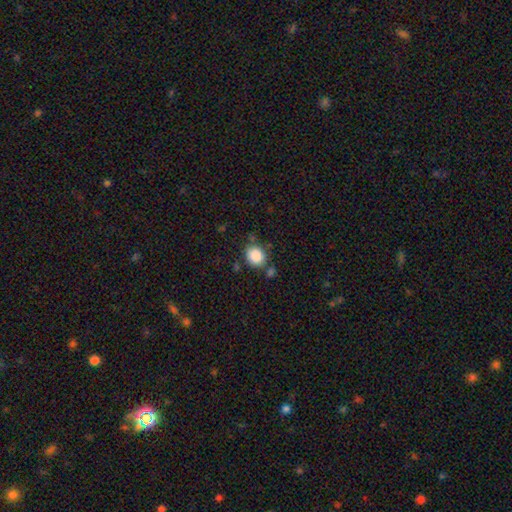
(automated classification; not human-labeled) smooth-or-featured: smooth: 87% | star or artifact: 8% | featured or disk: 4%
  how-rounded: round: 62% | in between: 37% | cigar-shaped: 1%
  merging: none: 73% | minor disturbance: 14% | merger: 8% | major disturbance: 4%